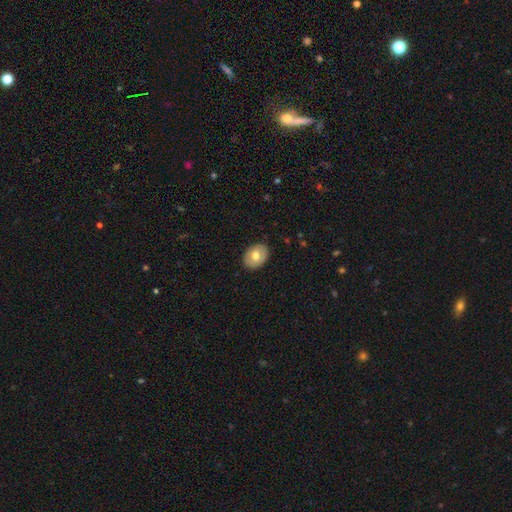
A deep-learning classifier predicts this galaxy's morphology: Q: Smooth or featured?
A: smooth (71%); runner-up: featured or disk (22%)
Q: How rounded?
A: in between (70%); runner-up: round (29%)
Q: Merging?
A: none (88%); runner-up: minor disturbance (9%)